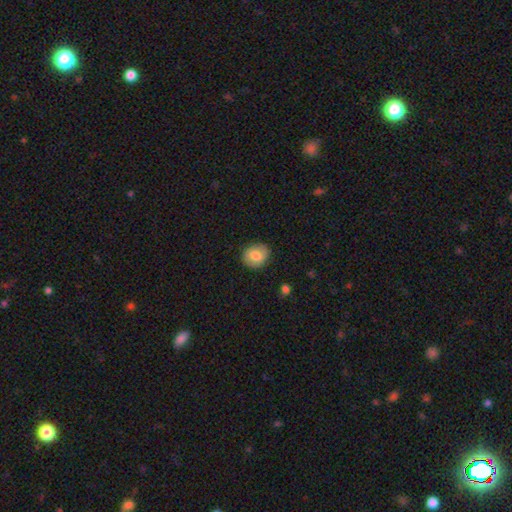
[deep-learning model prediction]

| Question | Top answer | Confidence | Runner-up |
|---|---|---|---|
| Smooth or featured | smooth | 79% | featured or disk (14%) |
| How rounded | round | 65% | in between (34%) |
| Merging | none | 87% | minor disturbance (10%) |